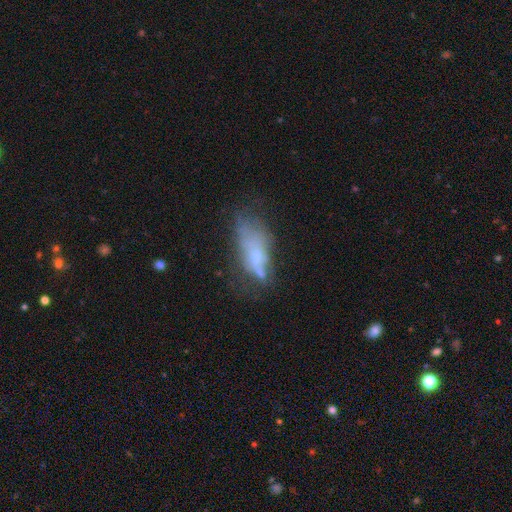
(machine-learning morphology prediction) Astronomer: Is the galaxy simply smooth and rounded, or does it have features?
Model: smooth — 44% (runner-up: featured or disk, 43%).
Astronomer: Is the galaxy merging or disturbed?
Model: major disturbance — 32% (runner-up: none, 29%).